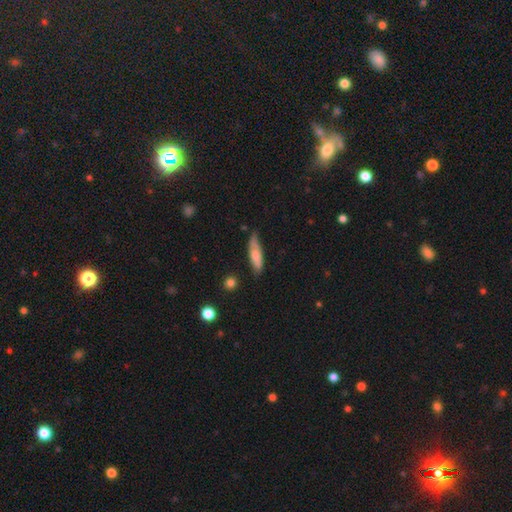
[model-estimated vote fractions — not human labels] Smooth or featured: smooth — 67% (featured or disk — 26%)
How rounded: cigar-shaped — 61% (in between — 37%)
Merging: none — 59% (minor disturbance — 31%)